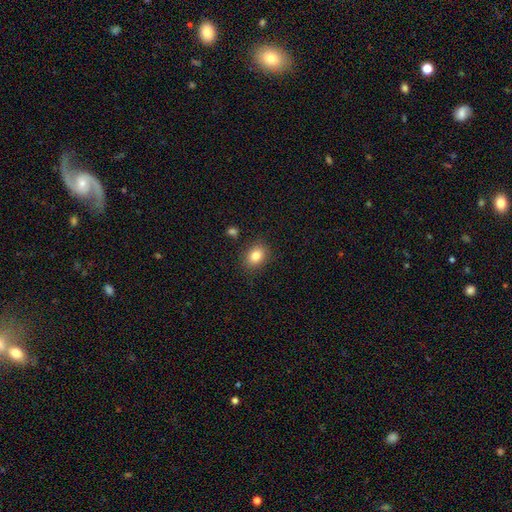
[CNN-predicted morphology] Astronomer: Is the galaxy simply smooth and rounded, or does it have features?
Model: smooth — 83%.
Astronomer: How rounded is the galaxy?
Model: in between — 55% (runner-up: round, 44%).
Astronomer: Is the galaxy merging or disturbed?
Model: none — 85%.